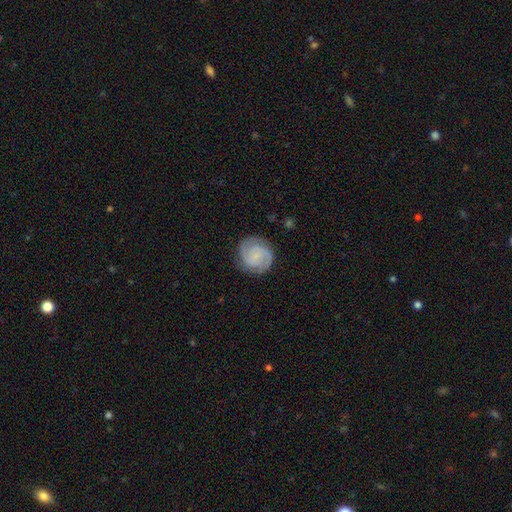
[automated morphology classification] A featured or disk galaxy (78%) with no bar (64%), 2 (72%) tight (53%) spiral arms (96%) and a small central bulge (68%). Merging: none (82%).